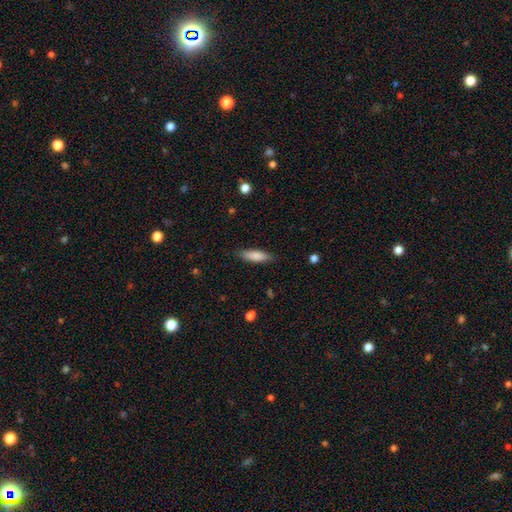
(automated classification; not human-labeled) Smooth or featured?
  - smooth: 83% *
  - featured or disk: 11%
  - star or artifact: 6%
How rounded?
  - cigar-shaped: 55% *
  - in between: 43%
  - round: 2%
Merging?
  - none: 86% *
  - minor disturbance: 11%
  - major disturbance: 2%
  - merger: 1%